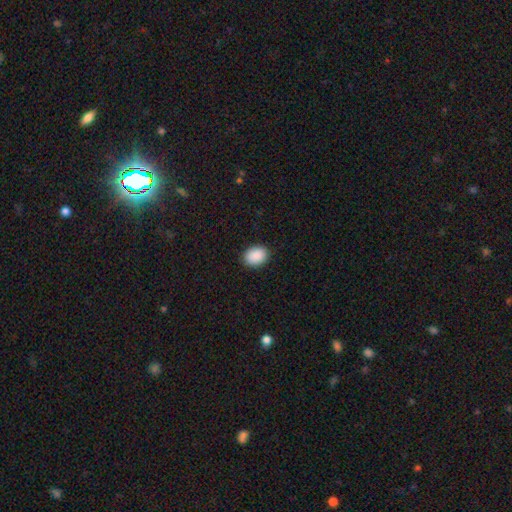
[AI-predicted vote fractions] Overall: smooth (91%). How rounded: in between (70%). Merging: none (90%).